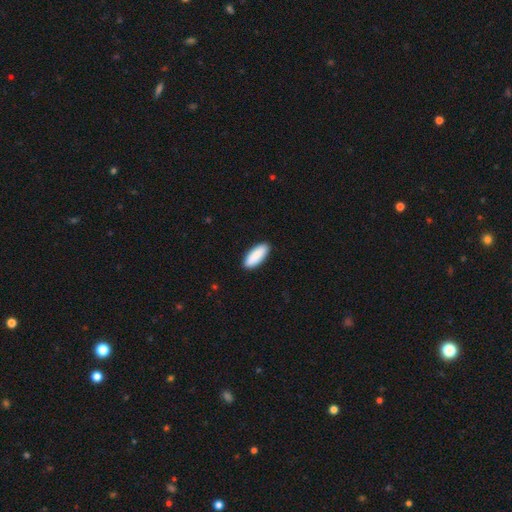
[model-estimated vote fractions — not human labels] This appears to be a smooth galaxy with no disk features (90%) that is in between round and cigar-shaped (78%). Merging: none (90%).